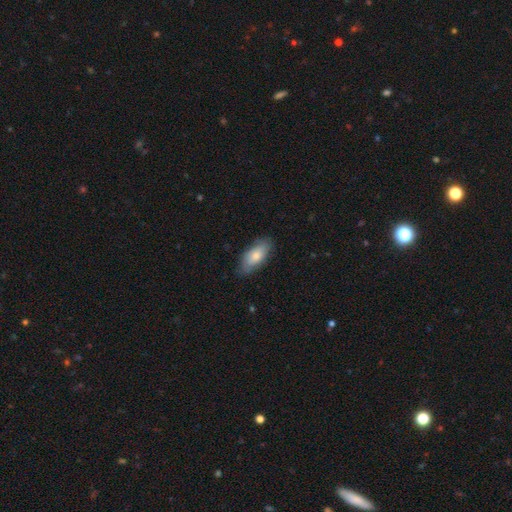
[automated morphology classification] A smooth galaxy with no disk features (72%) that is in between round and cigar-shaped (87%).

Vote fractions:
- Smooth or featured? smooth: 72% / featured or disk: 22% / star or artifact: 6%
- How rounded? in between: 87% / cigar-shaped: 10% / round: 3%
- Merging? none: 77% / minor disturbance: 19% / major disturbance: 4% / merger: 1%